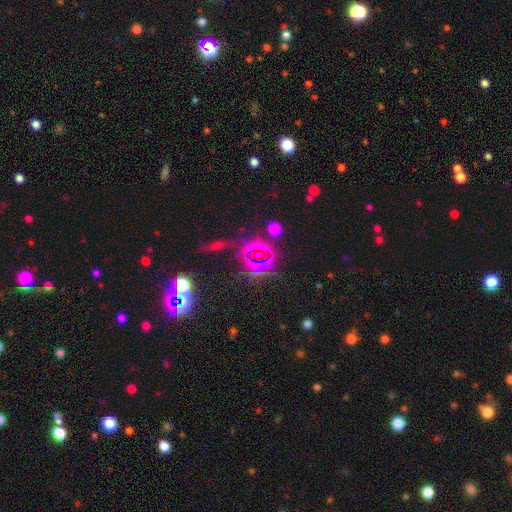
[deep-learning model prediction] This is likely a star or artifact rather than a galaxy (74%).